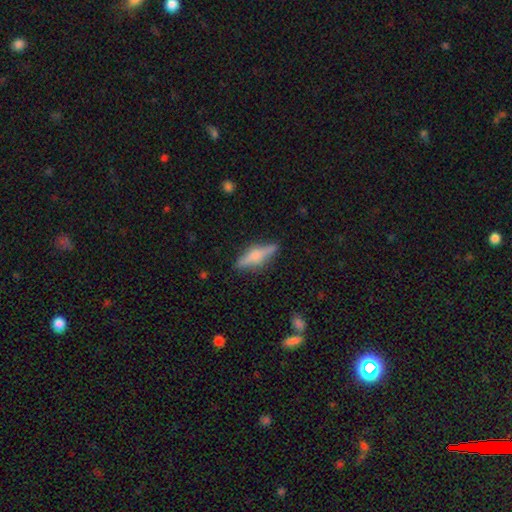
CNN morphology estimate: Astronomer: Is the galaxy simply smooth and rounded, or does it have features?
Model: featured or disk — 57% (runner-up: smooth, 36%).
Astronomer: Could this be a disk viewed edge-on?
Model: yes — 95%.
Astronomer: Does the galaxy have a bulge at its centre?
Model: rounded — 82%.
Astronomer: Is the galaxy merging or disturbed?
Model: none — 84%.